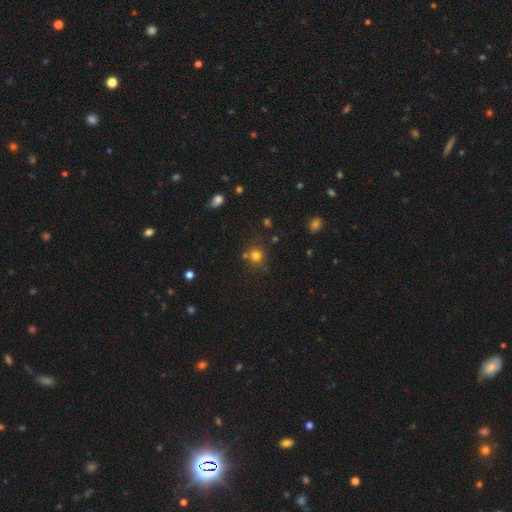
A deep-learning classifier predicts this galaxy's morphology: smooth-or-featured: smooth: 76% | star or artifact: 17% | featured or disk: 7%
  how-rounded: round: 88% | in between: 11% | cigar-shaped: 1%
  merging: none: 75% | minor disturbance: 12% | merger: 9% | major disturbance: 4%